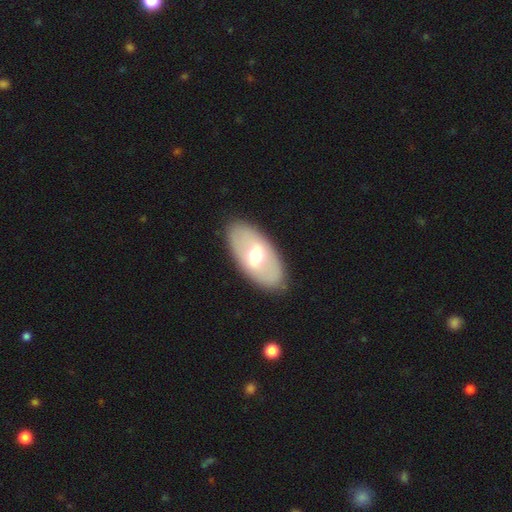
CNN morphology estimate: A featured or disk galaxy (48%).

Vote fractions:
- Smooth or featured? featured or disk: 48% / smooth: 46% / star or artifact: 6%
- Merging? none: 86% / minor disturbance: 9% / major disturbance: 3% / merger: 1%